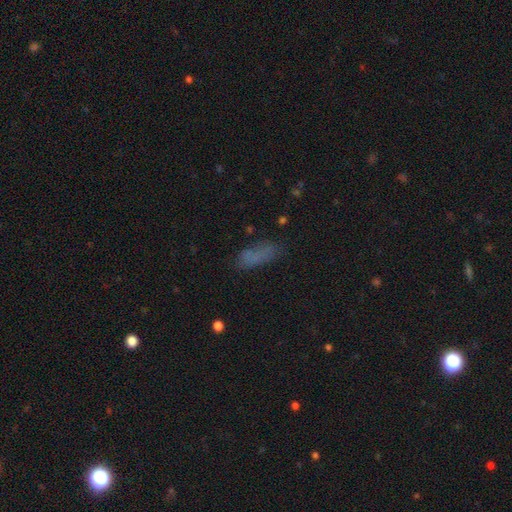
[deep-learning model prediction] Q: Smooth or featured?
A: smooth (74%); runner-up: featured or disk (13%)
Q: How rounded?
A: in between (51%); runner-up: cigar-shaped (47%)
Q: Merging?
A: none (65%); runner-up: minor disturbance (21%)